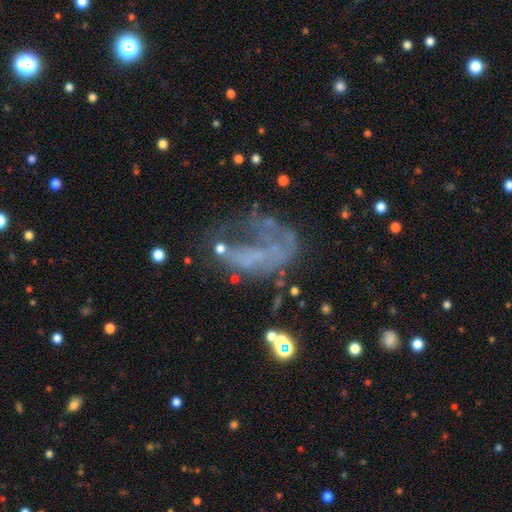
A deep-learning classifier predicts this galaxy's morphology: featured or disk 54%, smooth 24%, star or artifact 23%. Down the decision tree: edge-on disk — no (96%); bar — no (86%); spiral arms — no (78%); bulge size — none (82%); merging — major disturbance (50%).